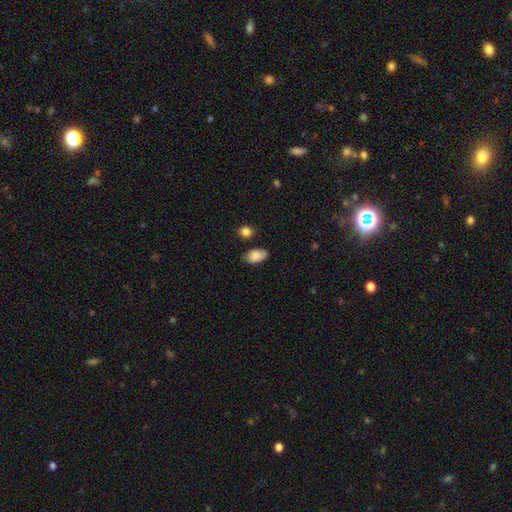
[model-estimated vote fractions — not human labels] Smooth or featured?
  - smooth: 86% *
  - star or artifact: 7%
  - featured or disk: 7%
How rounded?
  - in between: 91% *
  - round: 7%
  - cigar-shaped: 2%
Merging?
  - none: 75% *
  - minor disturbance: 18%
  - merger: 4%
  - major disturbance: 4%